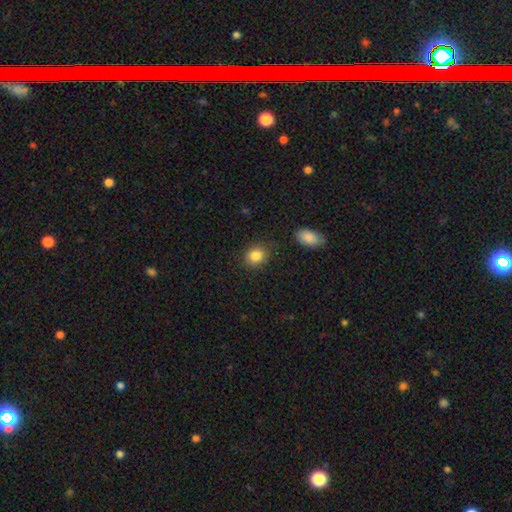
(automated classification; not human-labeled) smooth-or-featured: smooth: 85% | star or artifact: 9% | featured or disk: 6%
  how-rounded: round: 68% | in between: 31% | cigar-shaped: 1%
  merging: none: 85% | minor disturbance: 10% | major disturbance: 3% | merger: 2%